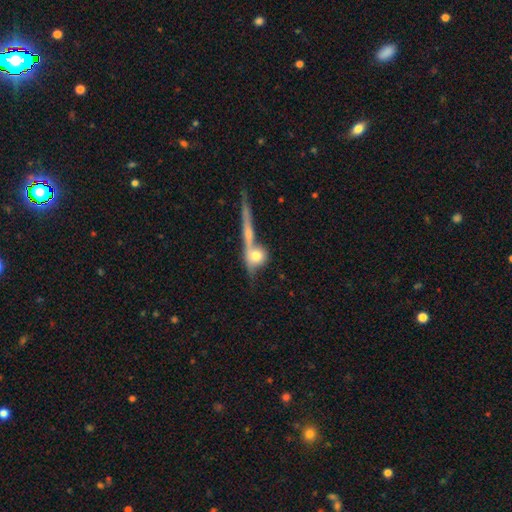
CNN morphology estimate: Smooth or featured? Predicted: smooth (p=0.62). How rounded? Predicted: round (p=0.69). Merging? Predicted: merger (p=0.41).